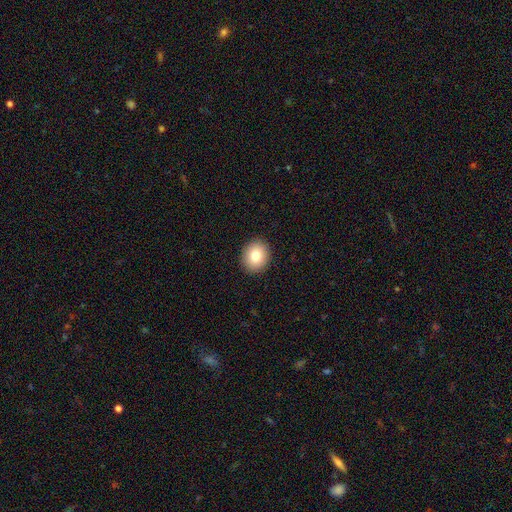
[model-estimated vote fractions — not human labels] Smooth or featured? smooth (80%)
How rounded? round (68%)
Merging? none (91%)